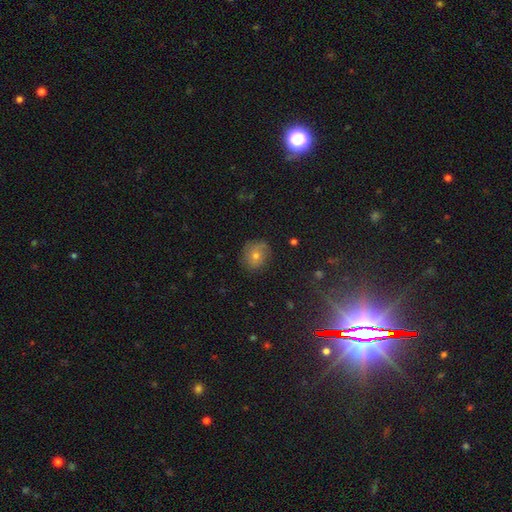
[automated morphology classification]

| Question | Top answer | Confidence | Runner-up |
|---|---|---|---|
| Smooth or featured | smooth | 47% | featured or disk (33%) |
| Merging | none | 76% | minor disturbance (17%) |